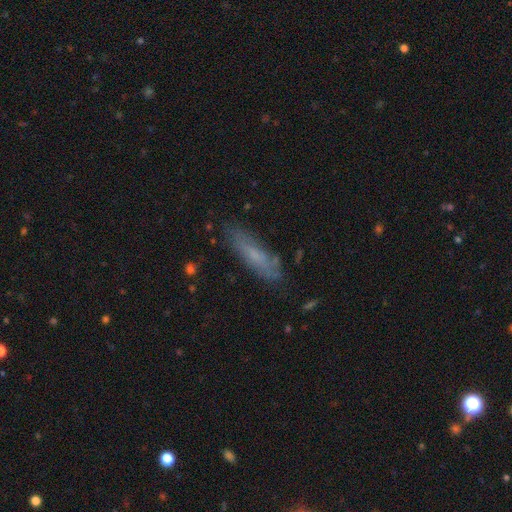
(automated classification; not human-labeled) The model was most divided on "smooth or featured": smooth: 58%, featured or disk: 34%, star or artifact: 9%. More confident: merging — none (77%); how rounded — cigar-shaped (71%).